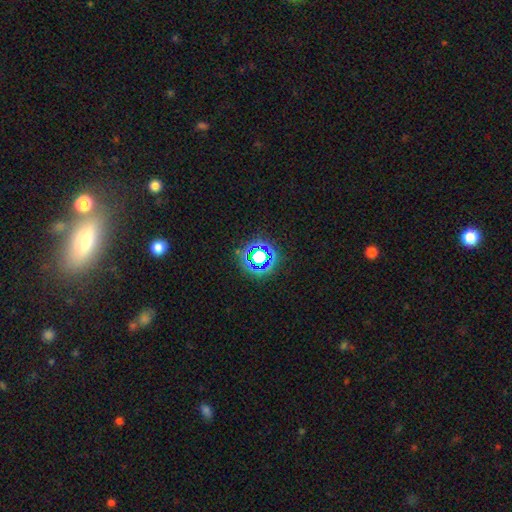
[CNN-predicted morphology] A star or artifact, not a galaxy (64%).